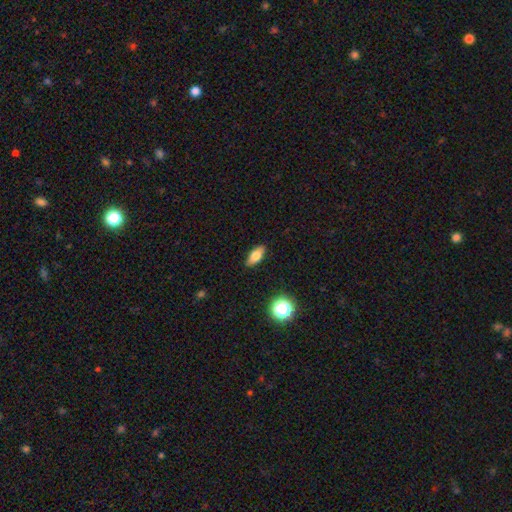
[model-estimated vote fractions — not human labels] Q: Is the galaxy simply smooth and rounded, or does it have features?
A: smooth — 68%.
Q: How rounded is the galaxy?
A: in between — 76%.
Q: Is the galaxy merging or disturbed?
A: none — 88%.